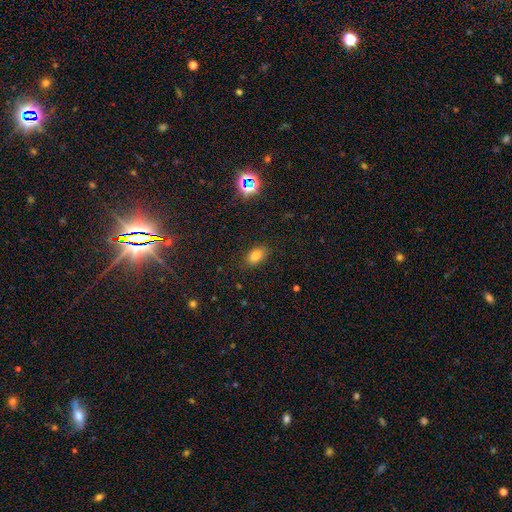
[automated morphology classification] Smooth or featured? smooth (78%)
How rounded? in between (84%)
Merging? none (85%)